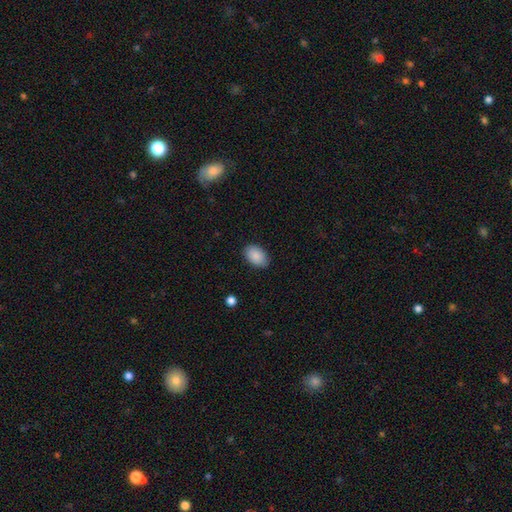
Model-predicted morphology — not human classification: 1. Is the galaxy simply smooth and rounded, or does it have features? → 90% smooth, 7% star or artifact, 4% featured or disk.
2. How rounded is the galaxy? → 90% in between, 9% round, 1% cigar-shaped.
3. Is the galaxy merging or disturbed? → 87% none, 10% minor disturbance, 2% major disturbance, 1% merger.